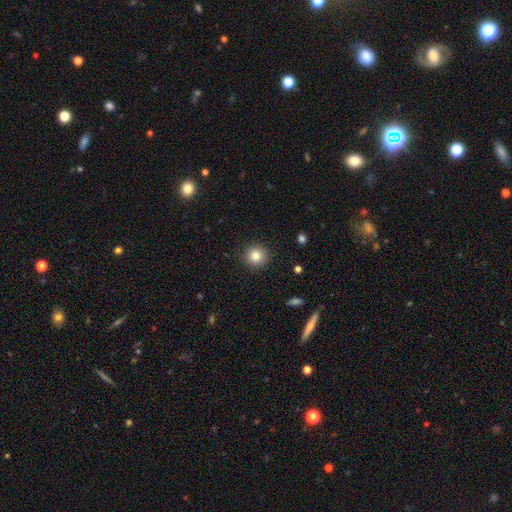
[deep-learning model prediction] This appears to be a smooth galaxy with no disk features (82%) that is round (93%). Merging: none (91%).